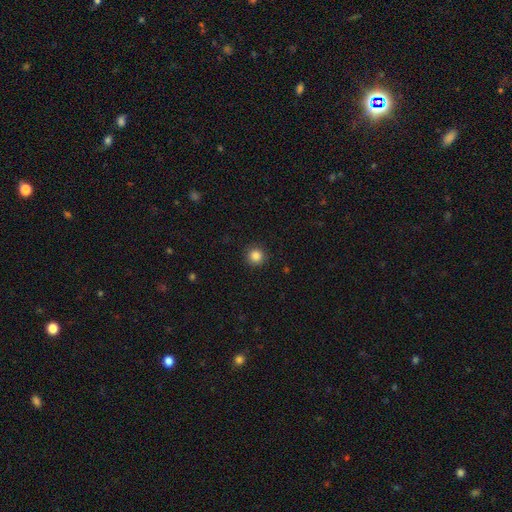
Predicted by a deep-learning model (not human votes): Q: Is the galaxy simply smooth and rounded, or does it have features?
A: smooth — 86%.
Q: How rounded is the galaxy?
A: round — 95%.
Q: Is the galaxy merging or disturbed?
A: none — 91%.